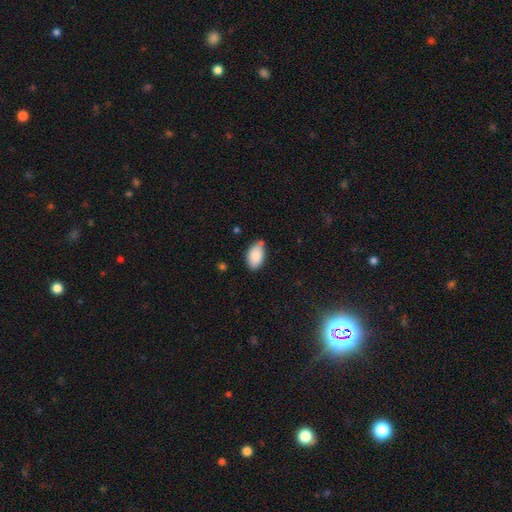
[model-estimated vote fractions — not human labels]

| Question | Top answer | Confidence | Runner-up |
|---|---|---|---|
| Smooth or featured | smooth | 86% | star or artifact (7%) |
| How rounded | in between | 93% | round (5%) |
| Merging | none | 66% | minor disturbance (26%) |